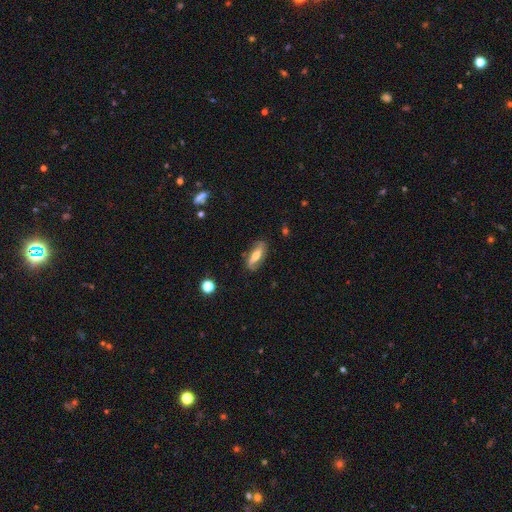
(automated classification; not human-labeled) A featured or disk galaxy (56%). Merging: none (79%).